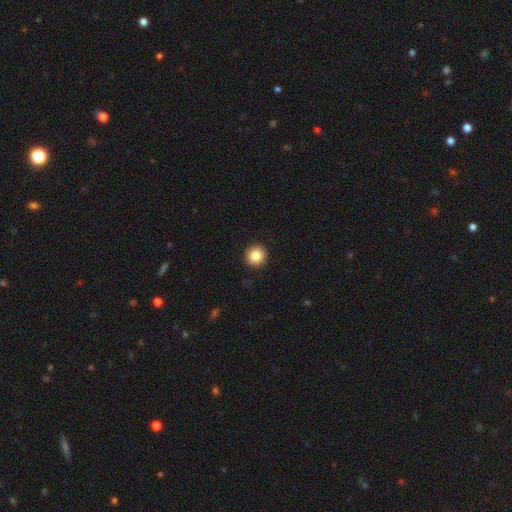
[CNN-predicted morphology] This appears to be a smooth galaxy with no disk features (85%) that is round (95%). Merging: none (93%).